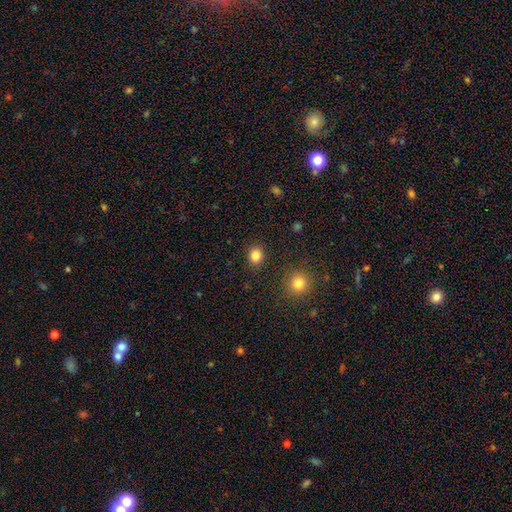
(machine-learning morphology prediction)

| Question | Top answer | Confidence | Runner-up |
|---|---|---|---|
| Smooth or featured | smooth | 83% | star or artifact (12%) |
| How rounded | round | 73% | in between (26%) |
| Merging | none | 89% | minor disturbance (7%) |